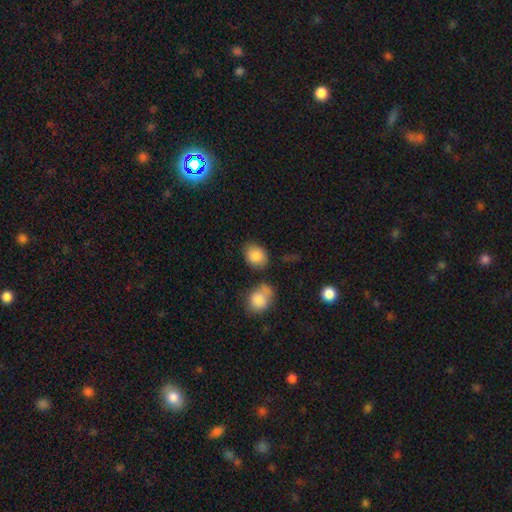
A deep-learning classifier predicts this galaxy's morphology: A smooth galaxy with no disk features (87%) that is in between round and cigar-shaped (61%). Merging: none (68%).